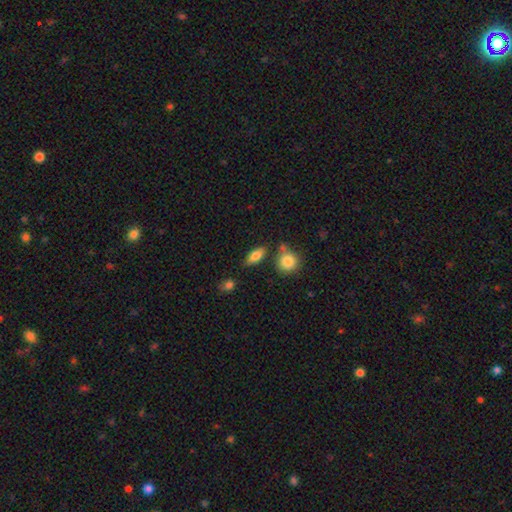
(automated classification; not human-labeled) Morphology: type=smooth (79%); roundness=in between (80%); merging=none (76%).